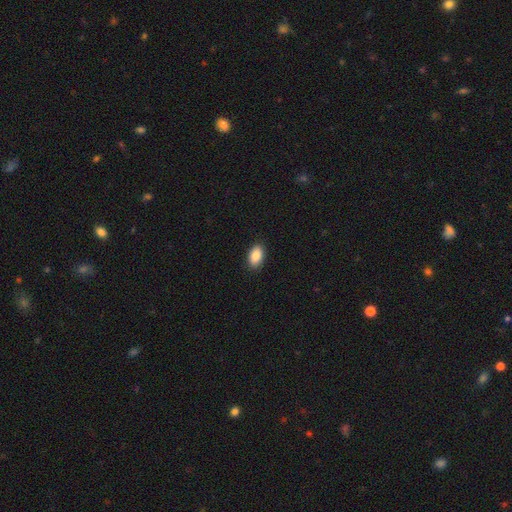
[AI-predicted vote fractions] Q: Smooth or featured?
A: smooth (86%); runner-up: star or artifact (7%)
Q: How rounded?
A: in between (92%); runner-up: round (6%)
Q: Merging?
A: none (89%); runner-up: minor disturbance (8%)